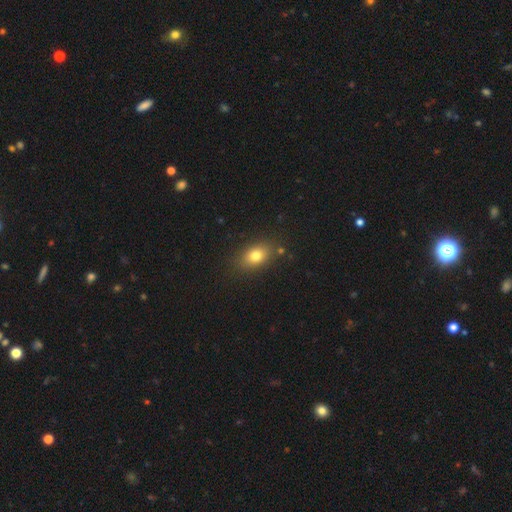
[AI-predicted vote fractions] A smooth galaxy with no disk features (78%) that is in between round and cigar-shaped (76%). Merging: none (82%).